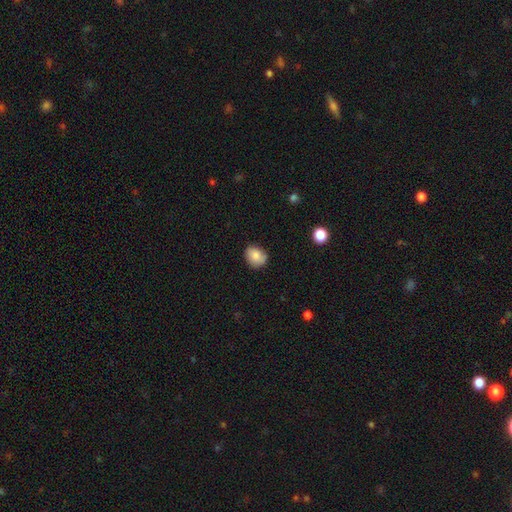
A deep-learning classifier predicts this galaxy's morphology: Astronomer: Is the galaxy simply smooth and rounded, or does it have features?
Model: smooth — 81%.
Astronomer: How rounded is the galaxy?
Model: round — 55% (runner-up: in between, 44%).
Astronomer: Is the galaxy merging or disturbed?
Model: none — 75%.